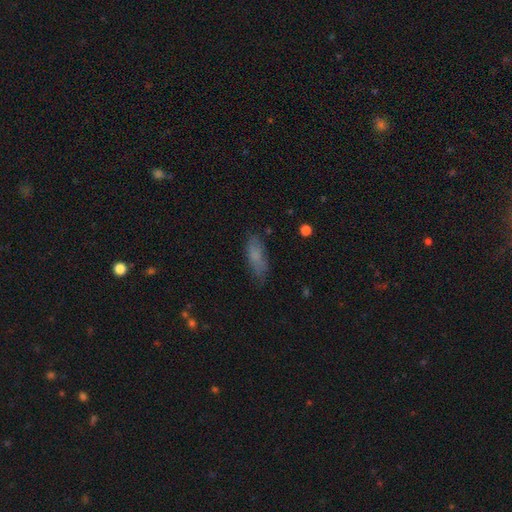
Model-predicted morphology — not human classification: Smooth or featured: smooth — 77% (featured or disk — 14%)
How rounded: in between — 59% (cigar-shaped — 39%)
Merging: none — 71% (minor disturbance — 21%)